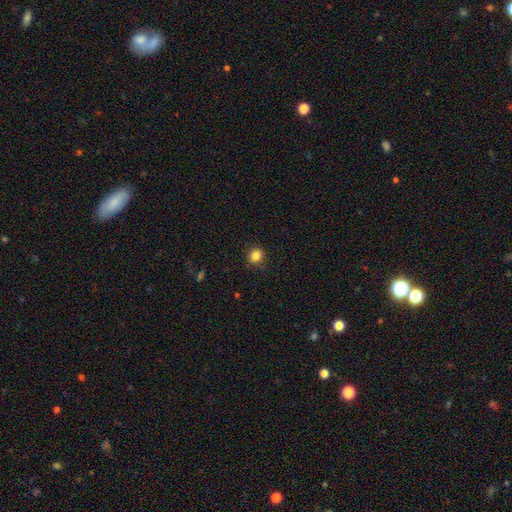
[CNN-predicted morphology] A smooth galaxy with no disk features (84%) that is round (82%).

Vote fractions:
- Smooth or featured? smooth: 84% / star or artifact: 11% / featured or disk: 4%
- How rounded? round: 82% / in between: 17% / cigar-shaped: 1%
- Merging? none: 87% / minor disturbance: 9% / major disturbance: 2% / merger: 1%